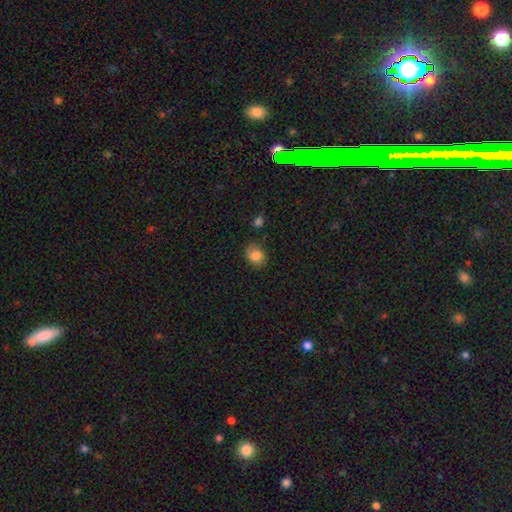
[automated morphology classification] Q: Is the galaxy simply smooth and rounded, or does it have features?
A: smooth — 83%.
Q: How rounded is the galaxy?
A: round — 58%.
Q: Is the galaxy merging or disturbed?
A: none — 69%.